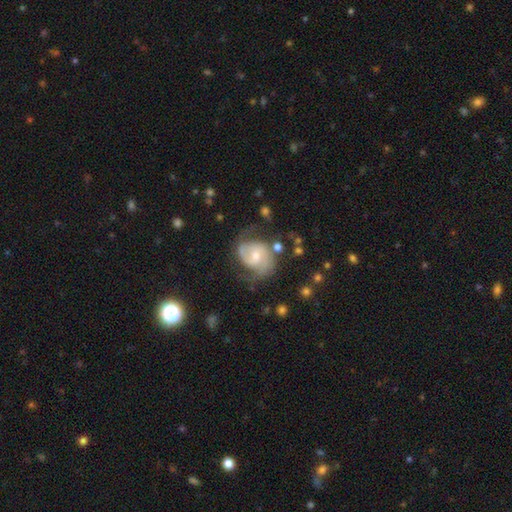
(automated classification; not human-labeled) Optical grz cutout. It shows a featured or disk galaxy (79%) with no bar (56%), 2 (77%) medium (48%) spiral arms (93%) and a moderate central bulge (53%). Merging: none (55%).